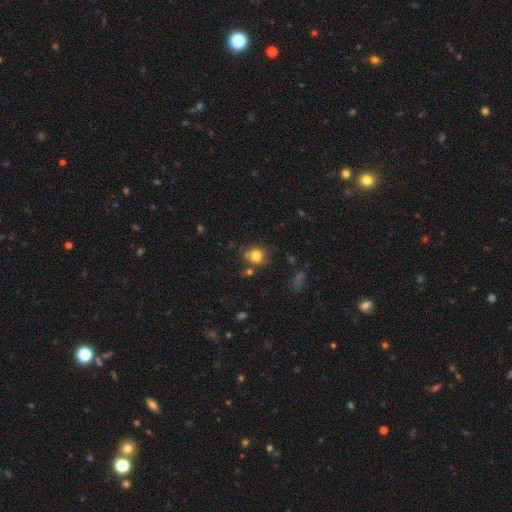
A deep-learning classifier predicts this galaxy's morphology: A smooth galaxy with no disk features (80%) that is round (78%).

Vote fractions:
- Smooth or featured? smooth: 80% / star or artifact: 12% / featured or disk: 9%
- How rounded? round: 78% / in between: 21% / cigar-shaped: 1%
- Merging? none: 68% / minor disturbance: 18% / merger: 9% / major disturbance: 6%